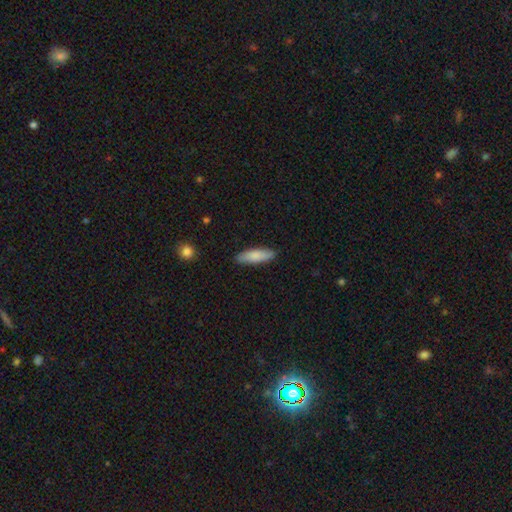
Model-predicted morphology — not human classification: Q: Smooth or featured?
A: smooth (83%); runner-up: featured or disk (12%)
Q: How rounded?
A: cigar-shaped (57%); runner-up: in between (41%)
Q: Merging?
A: none (88%); runner-up: minor disturbance (9%)